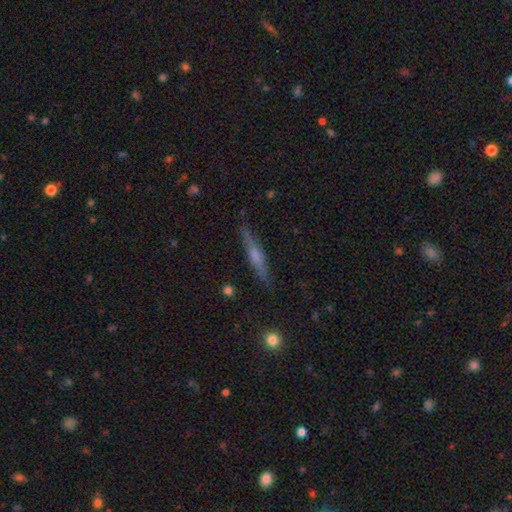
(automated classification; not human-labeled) The model was most divided on "smooth or featured": featured or disk: 58%, smooth: 34%, star or artifact: 7%. More confident: edge-on disk — yes (96%); merging — none (86%); edge-on bulge — rounded (61%).